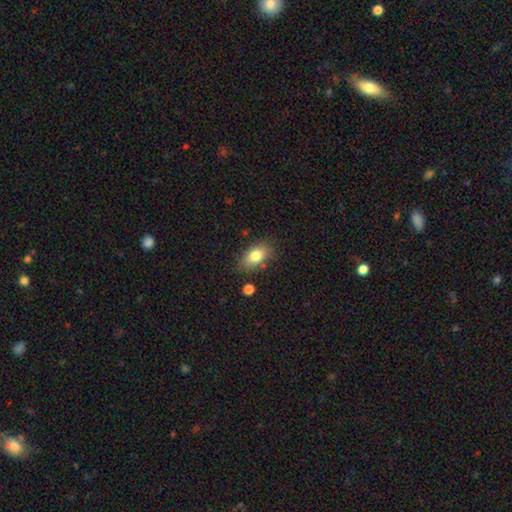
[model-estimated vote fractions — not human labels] Smooth or featured?
  - smooth: 81% *
  - featured or disk: 11%
  - star or artifact: 8%
How rounded?
  - in between: 87% *
  - round: 10%
  - cigar-shaped: 3%
Merging?
  - none: 79% *
  - minor disturbance: 14%
  - major disturbance: 3%
  - merger: 3%